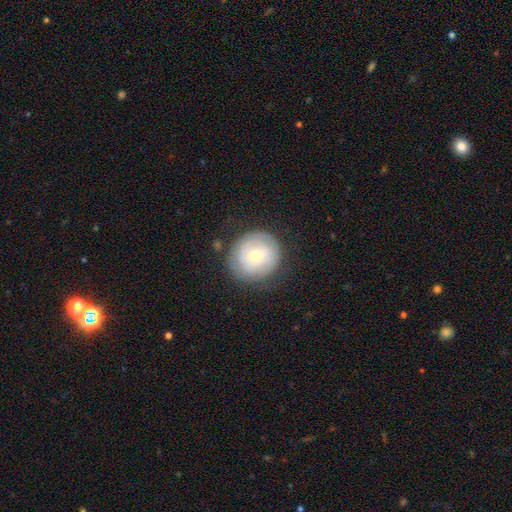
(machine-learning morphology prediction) A featured or disk galaxy (50%).

Vote fractions:
- Smooth or featured? featured or disk: 50% / smooth: 42% / star or artifact: 7%
- Edge-on disk? no: 97% / yes: 3%
- Merging? none: 78% / minor disturbance: 14% / major disturbance: 6% / merger: 2%